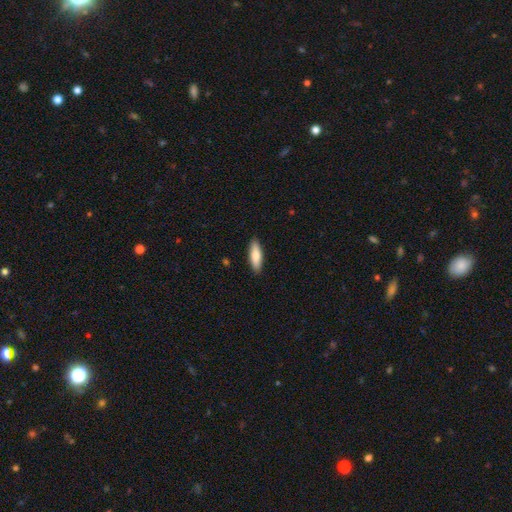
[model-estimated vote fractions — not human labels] smooth 81%, featured or disk 13%, star or artifact 5%. Down the decision tree: how rounded — cigar-shaped (51%); merging — none (90%).